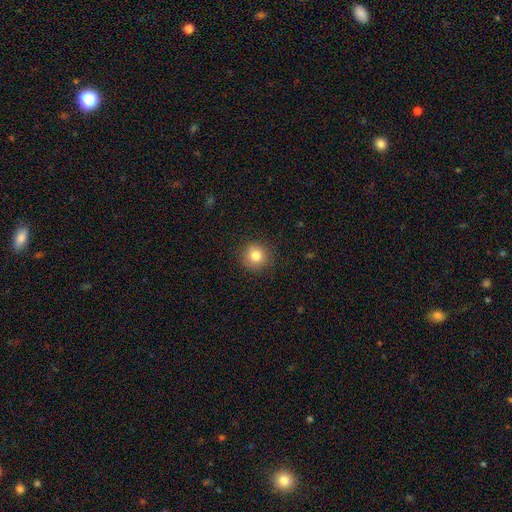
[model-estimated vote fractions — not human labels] Smooth or featured? Predicted: smooth (p=0.81). How rounded? Predicted: round (p=0.93). Merging? Predicted: none (p=0.90).